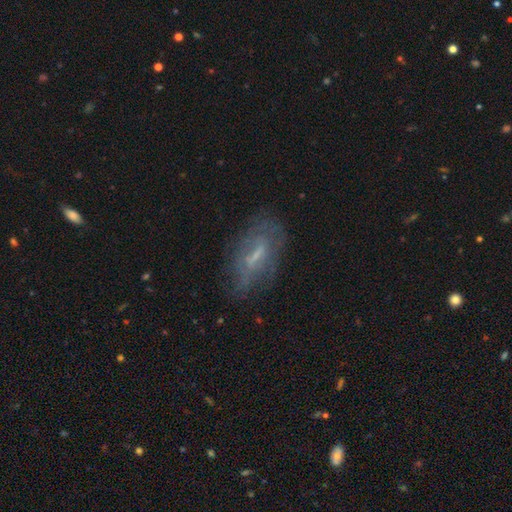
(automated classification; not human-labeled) This is possibly a featured or disk galaxy (56%). It is clearly not viewed edge-on (84%). Merging: likely none (63%).